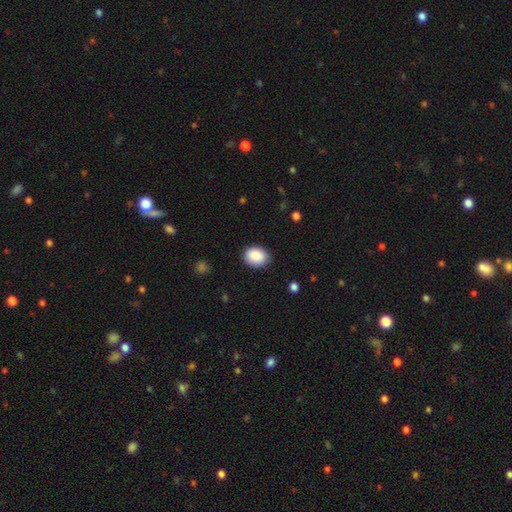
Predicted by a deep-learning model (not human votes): Smooth or featured?
  - smooth: 89% *
  - star or artifact: 7%
  - featured or disk: 4%
How rounded?
  - in between: 66% *
  - round: 33%
  - cigar-shaped: 1%
Merging?
  - none: 85% *
  - minor disturbance: 12%
  - major disturbance: 2%
  - merger: 1%